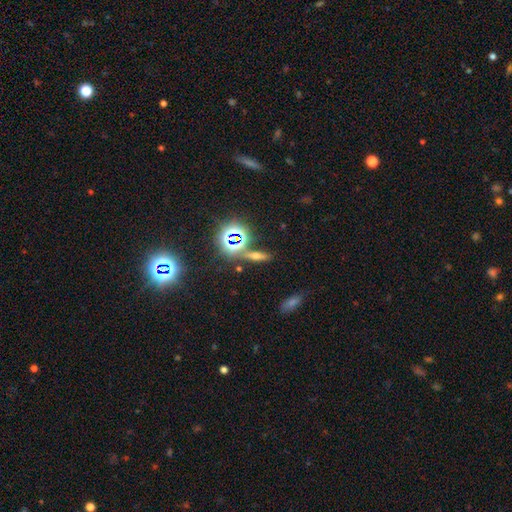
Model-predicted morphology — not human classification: smooth 41%, star or artifact 36%, featured or disk 23%. Down the decision tree: merging — none (74%).